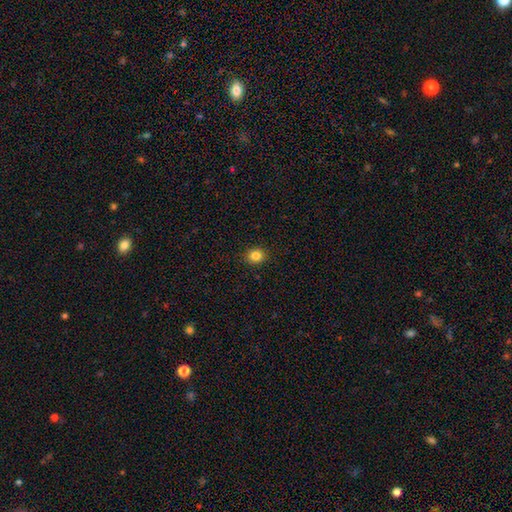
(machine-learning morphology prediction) Smooth or featured: smooth — 84% (star or artifact — 11%)
How rounded: round — 77% (in between — 23%)
Merging: none — 91% (minor disturbance — 6%)